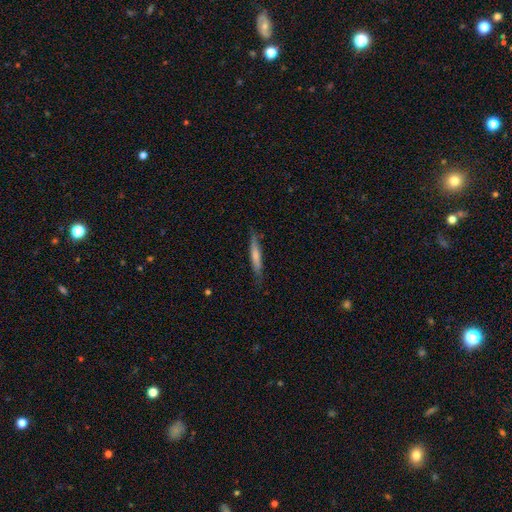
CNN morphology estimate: Q: Smooth or featured?
A: smooth (62%); runner-up: featured or disk (32%)
Q: How rounded?
A: cigar-shaped (92%); runner-up: in between (6%)
Q: Merging?
A: none (80%); runner-up: minor disturbance (15%)